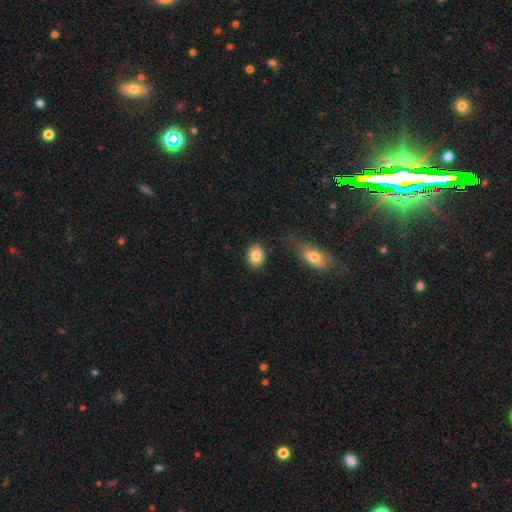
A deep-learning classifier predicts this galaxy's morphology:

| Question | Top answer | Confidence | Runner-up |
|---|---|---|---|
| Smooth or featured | smooth | 85% | star or artifact (8%) |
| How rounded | in between | 59% | round (40%) |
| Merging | none | 84% | minor disturbance (9%) |